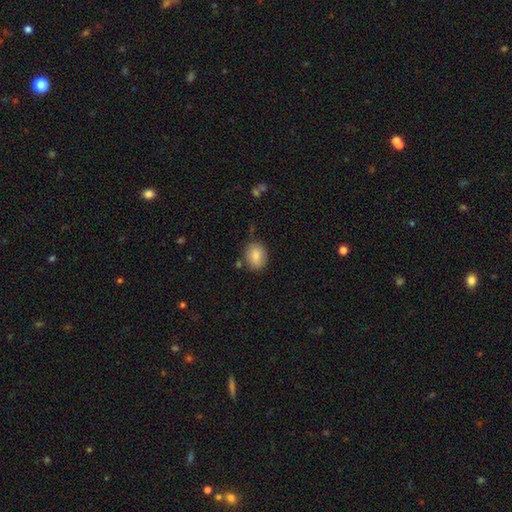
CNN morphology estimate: The model was most divided on "how rounded": round: 56%, in between: 42%, cigar-shaped: 1%. More confident: smooth or featured — smooth (81%); merging — none (77%).